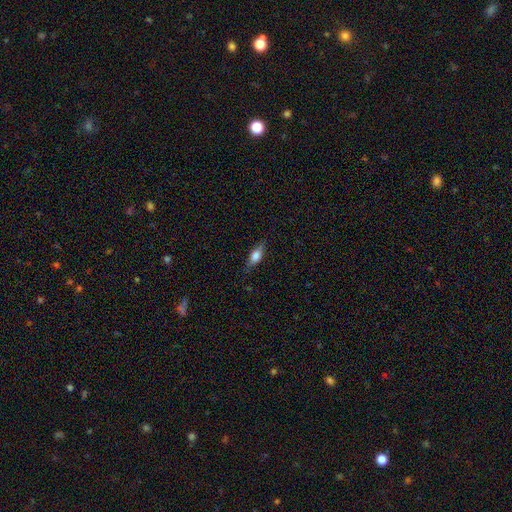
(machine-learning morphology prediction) Smooth or featured? Predicted: smooth (p=0.68). How rounded? Predicted: in between (p=0.69). Merging? Predicted: none (p=0.76).